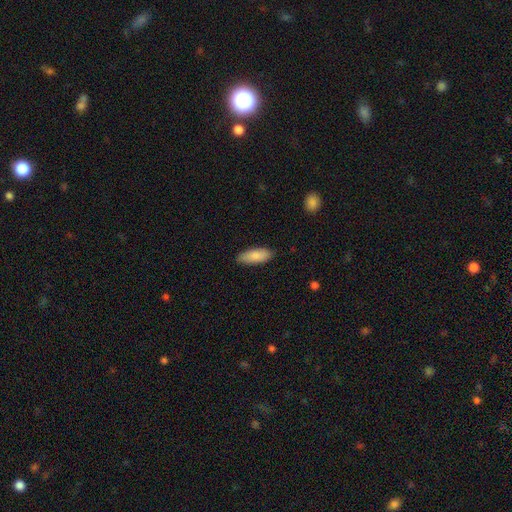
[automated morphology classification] Smooth or featured?
  - smooth: 85% *
  - featured or disk: 9%
  - star or artifact: 5%
How rounded?
  - in between: 73% *
  - cigar-shaped: 25%
  - round: 2%
Merging?
  - none: 87% *
  - minor disturbance: 11%
  - major disturbance: 2%
  - merger: 1%